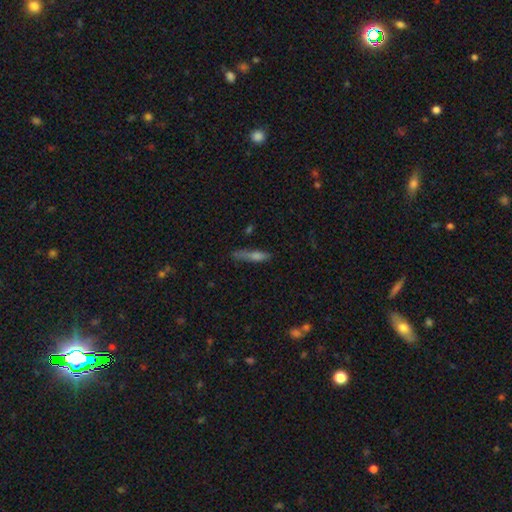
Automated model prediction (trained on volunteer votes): Smooth or featured?
  - smooth: 55% *
  - featured or disk: 32%
  - star or artifact: 13%
How rounded?
  - cigar-shaped: 84% *
  - in between: 13%
  - round: 3%
Merging?
  - none: 66% *
  - minor disturbance: 22%
  - major disturbance: 7%
  - merger: 4%